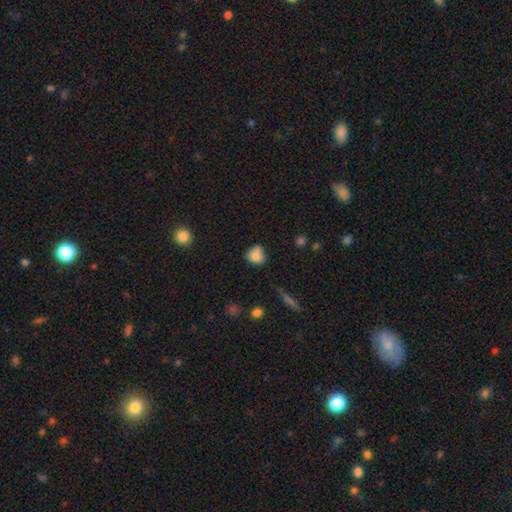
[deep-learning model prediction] The model was most divided on "merging": none: 52%, minor disturbance: 27%, merger: 13%, major disturbance: 8%. More confident: smooth or featured — smooth (79%); how rounded — round (67%).